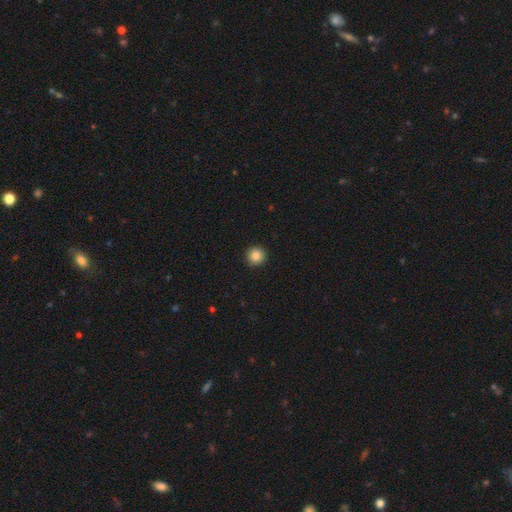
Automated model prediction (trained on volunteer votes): Q: Smooth or featured?
A: smooth (86%); runner-up: star or artifact (10%)
Q: How rounded?
A: round (96%); runner-up: in between (3%)
Q: Merging?
A: none (93%); runner-up: minor disturbance (5%)